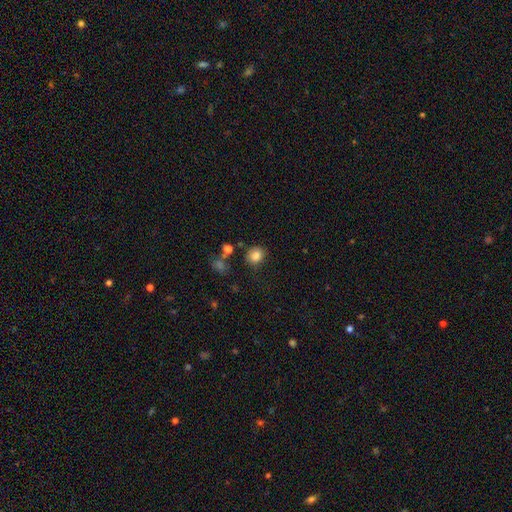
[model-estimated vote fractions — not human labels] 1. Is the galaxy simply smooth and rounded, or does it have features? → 83% smooth, 11% star or artifact, 6% featured or disk.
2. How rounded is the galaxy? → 73% round, 26% in between, 1% cigar-shaped.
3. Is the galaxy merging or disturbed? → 77% none, 14% minor disturbance, 5% merger, 4% major disturbance.